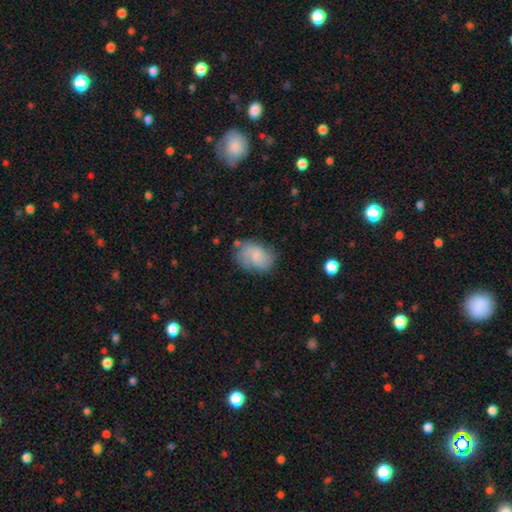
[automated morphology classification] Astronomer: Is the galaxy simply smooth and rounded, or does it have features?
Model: smooth — 67%.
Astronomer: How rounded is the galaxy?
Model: in between — 75%.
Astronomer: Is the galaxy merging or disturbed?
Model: none — 58%.